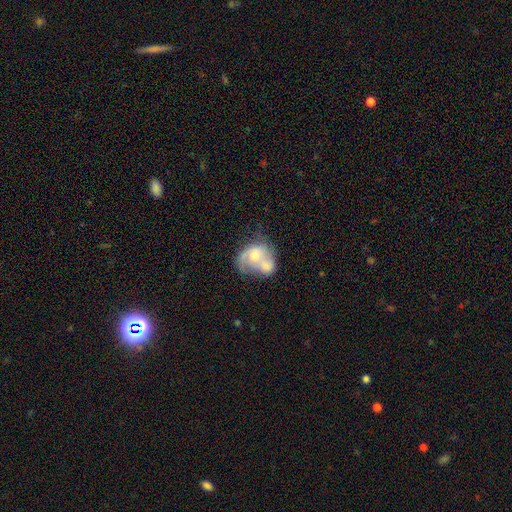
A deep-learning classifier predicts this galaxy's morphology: smooth-or-featured: featured or disk: 55% | smooth: 38% | star or artifact: 7%
  disk-edge-on: no: 97% | yes: 3%
    bar: no: 76% | weak: 20% | strong: 4%
    has-spiral-arms: yes: 63% | no: 37%
    bulge-size: moderate: 50% | small: 34% | large: 7% | none: 7% | dominant: 2%
  merging: merger: 63% | none: 14% | major disturbance: 12% | minor disturbance: 10%